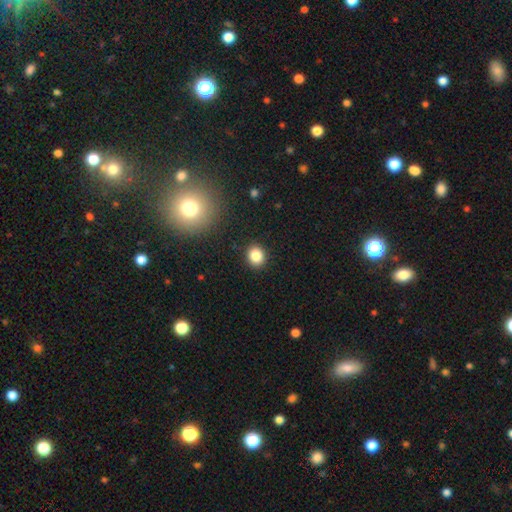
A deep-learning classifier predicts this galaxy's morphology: A smooth galaxy with no disk features (85%) that is round (75%).

Vote fractions:
- Smooth or featured? smooth: 85% / star or artifact: 11% / featured or disk: 5%
- How rounded? round: 75% / in between: 24% / cigar-shaped: 1%
- Merging? none: 91% / minor disturbance: 6% / major disturbance: 2% / merger: 1%